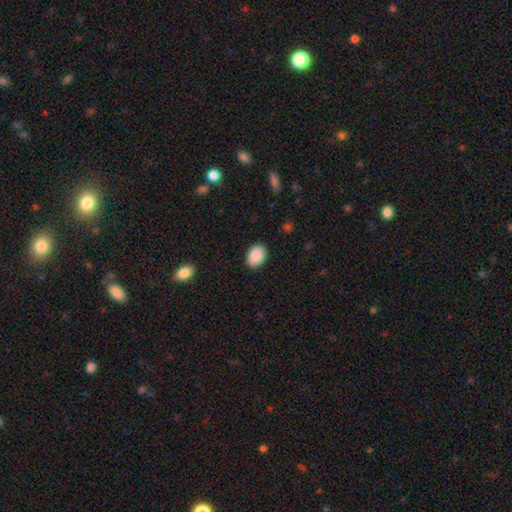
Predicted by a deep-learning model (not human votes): Smooth or featured? Predicted: smooth (p=0.91). How rounded? Predicted: in between (p=0.78). Merging? Predicted: none (p=0.88).